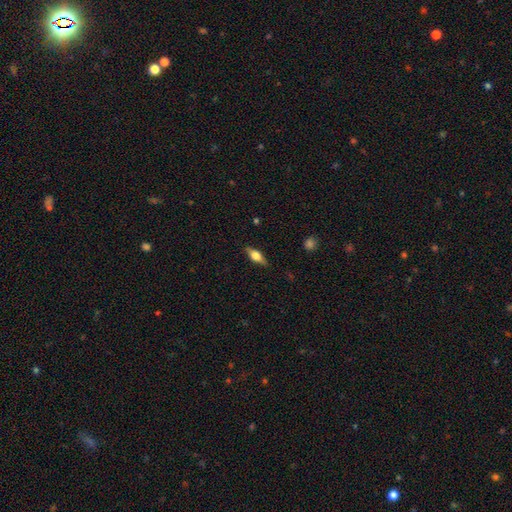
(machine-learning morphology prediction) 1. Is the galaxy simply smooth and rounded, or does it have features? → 50% smooth, 43% featured or disk, 7% star or artifact.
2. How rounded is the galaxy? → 67% in between, 29% cigar-shaped, 5% round.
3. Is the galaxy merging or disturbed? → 84% none, 12% minor disturbance, 3% major disturbance, 1% merger.